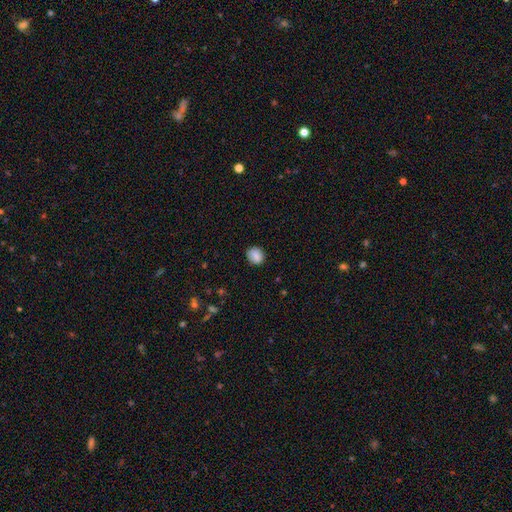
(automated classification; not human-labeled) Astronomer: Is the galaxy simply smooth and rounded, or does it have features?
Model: smooth — 85%.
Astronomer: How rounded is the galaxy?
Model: round — 72%.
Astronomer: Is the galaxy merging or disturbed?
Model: none — 83%.